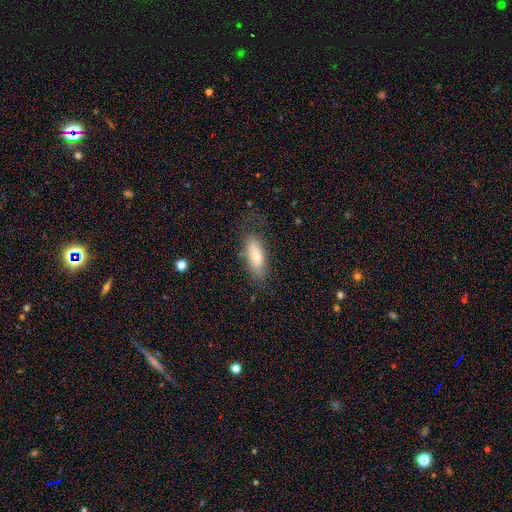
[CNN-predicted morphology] A smooth galaxy with no disk features (74%) that is in between round and cigar-shaped (76%).

Vote fractions:
- Smooth or featured? smooth: 74% / featured or disk: 19% / star or artifact: 7%
- How rounded? in between: 76% / cigar-shaped: 22% / round: 2%
- Merging? none: 66% / minor disturbance: 22% / major disturbance: 10% / merger: 2%